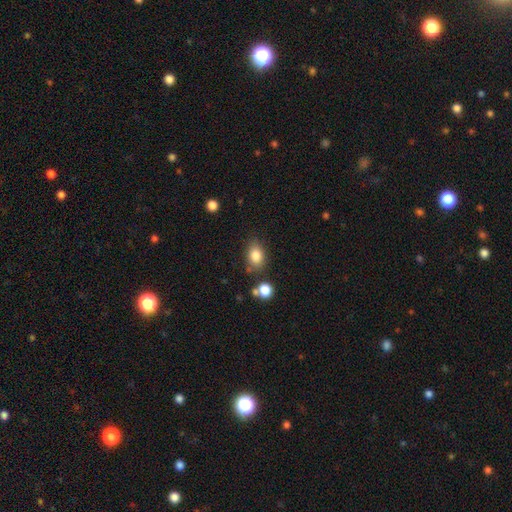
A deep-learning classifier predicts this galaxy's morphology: A smooth galaxy with no disk features (83%) that is in between round and cigar-shaped (74%).

Vote fractions:
- Smooth or featured? smooth: 83% / star or artifact: 10% / featured or disk: 7%
- How rounded? in between: 74% / round: 25% / cigar-shaped: 1%
- Merging? none: 73% / minor disturbance: 16% / merger: 7% / major disturbance: 4%